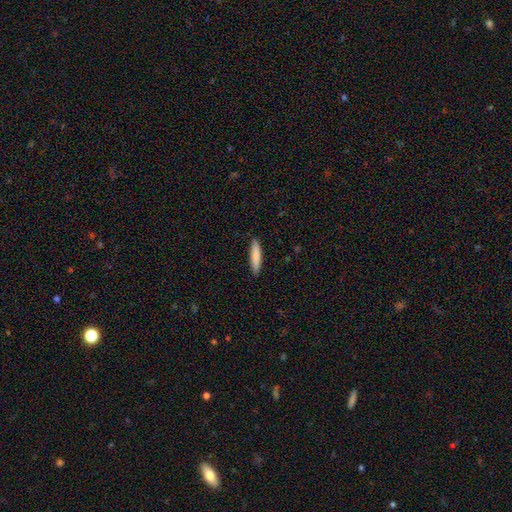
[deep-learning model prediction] Smooth or featured: smooth — 84% (featured or disk — 11%)
How rounded: cigar-shaped — 85% (in between — 14%)
Merging: none — 89% (minor disturbance — 8%)